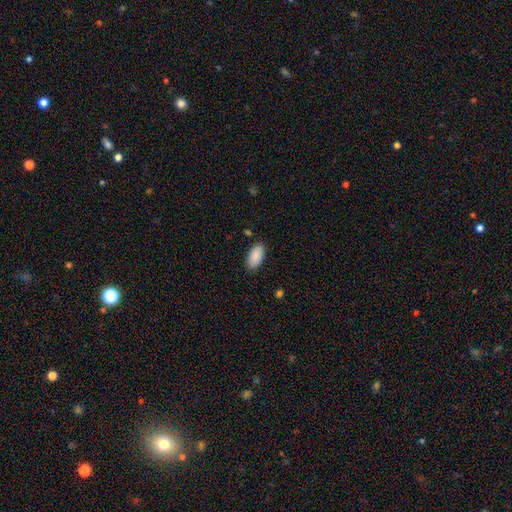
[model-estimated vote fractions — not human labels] Smooth or featured?
  - smooth: 90% *
  - star or artifact: 6%
  - featured or disk: 4%
How rounded?
  - in between: 94% *
  - cigar-shaped: 4%
  - round: 2%
Merging?
  - none: 87% *
  - minor disturbance: 10%
  - major disturbance: 2%
  - merger: 1%